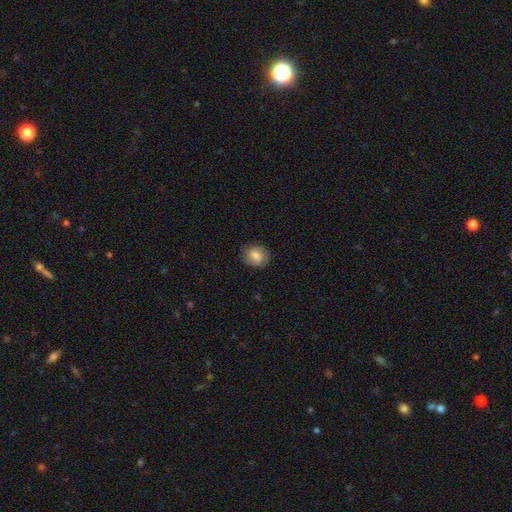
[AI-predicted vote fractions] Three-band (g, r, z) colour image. It shows a smooth galaxy with no disk features (76%) that is round (66%). Merging: none (82%).